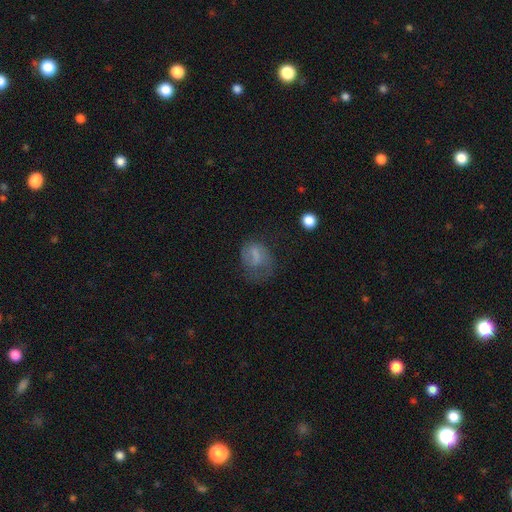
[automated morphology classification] Overall: smooth (54%; featured or disk 34%). How rounded: in between (59%; round 39%). Merging: major disturbance (37%; none 35%).